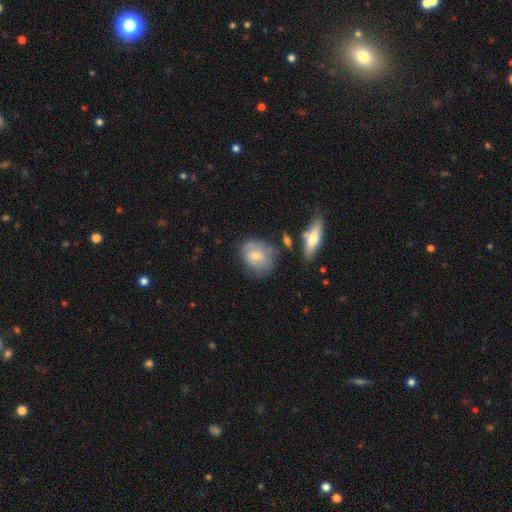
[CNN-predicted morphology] Smooth or featured? Predicted: smooth (p=0.59). How rounded? Predicted: in between (p=0.57). Merging? Predicted: none (p=0.55).